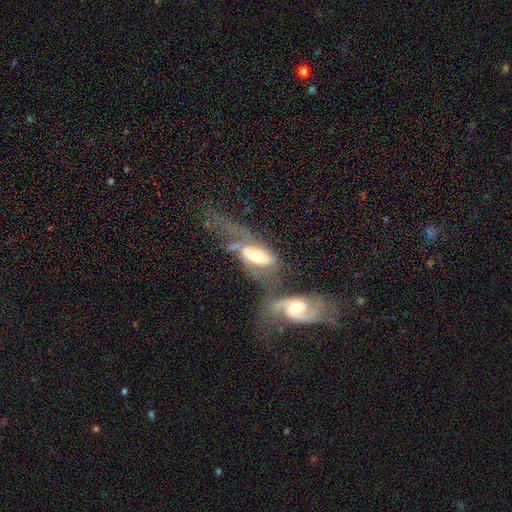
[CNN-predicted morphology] This appears to be a featured or disk galaxy (63%) with no bar (49%), spiral arms (73%) and a moderate central bulge (62%). Merging: merger (63%).